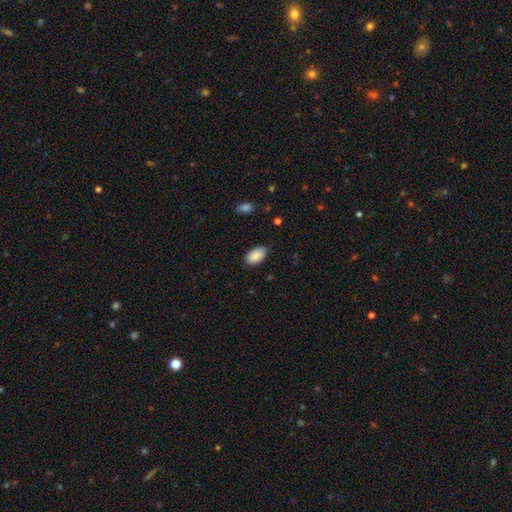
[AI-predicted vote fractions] smooth 89%, star or artifact 7%, featured or disk 4%. Down the decision tree: how rounded — in between (93%); merging — none (81%).